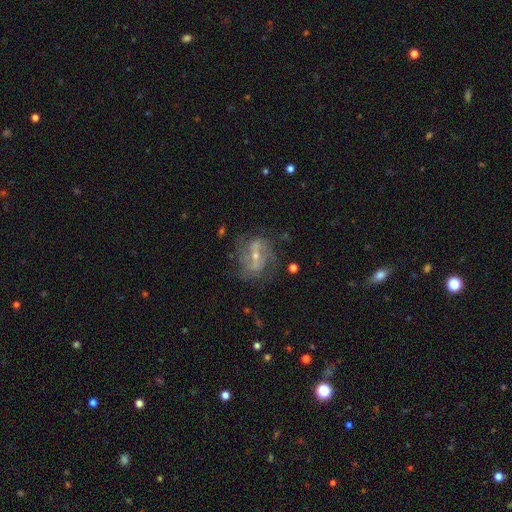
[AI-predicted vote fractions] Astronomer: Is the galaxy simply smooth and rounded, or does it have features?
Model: featured or disk — 75%.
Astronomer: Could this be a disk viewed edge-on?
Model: no — 95%.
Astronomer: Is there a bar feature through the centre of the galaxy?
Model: weak — 44% (runner-up: strong, 28%).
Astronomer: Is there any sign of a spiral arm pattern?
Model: yes — 84%.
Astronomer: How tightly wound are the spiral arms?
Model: medium — 44% (runner-up: tight, 30%).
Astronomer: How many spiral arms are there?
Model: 2 — 46% (runner-up: can't tell, 29%).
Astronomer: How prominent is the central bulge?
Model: small — 57% (runner-up: moderate, 38%).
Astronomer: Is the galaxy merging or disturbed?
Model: none — 67%.